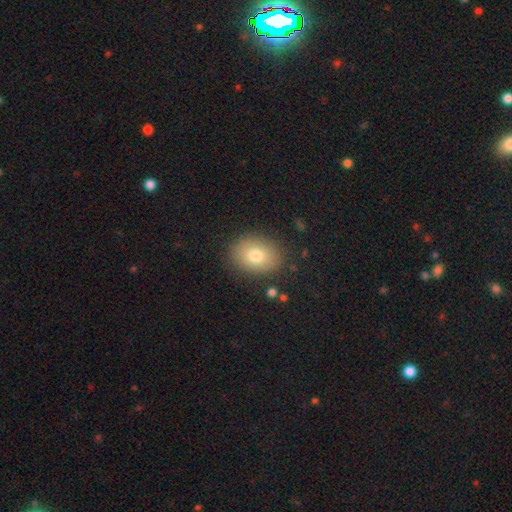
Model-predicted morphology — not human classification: Overall: smooth (77%). How rounded: in between (59%; round 40%). Merging: none (87%).